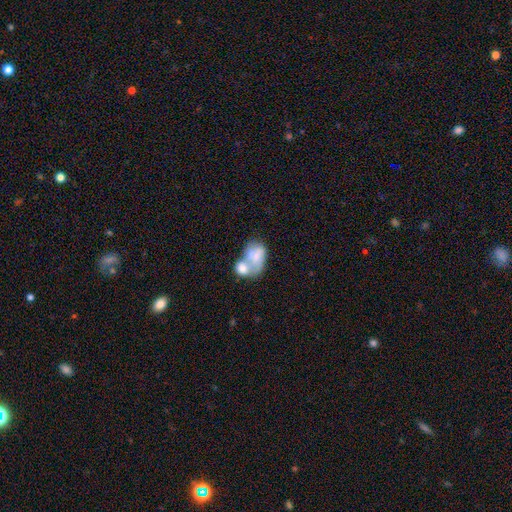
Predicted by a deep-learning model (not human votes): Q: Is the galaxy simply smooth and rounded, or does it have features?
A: smooth — 60%.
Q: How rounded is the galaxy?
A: in between — 79%.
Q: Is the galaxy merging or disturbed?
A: merger — 67%.